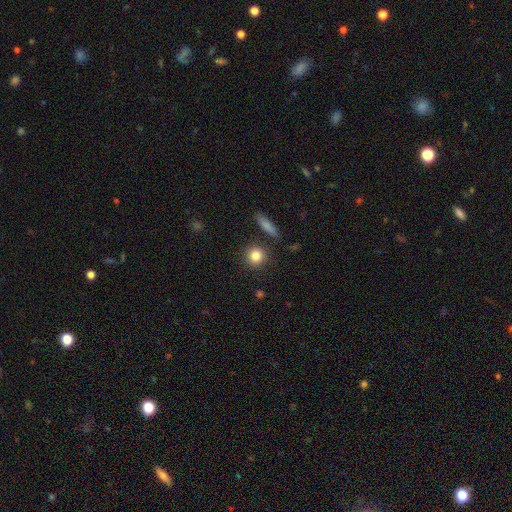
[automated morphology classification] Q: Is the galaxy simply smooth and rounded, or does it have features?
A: smooth — 84%.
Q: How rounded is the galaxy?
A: round — 88%.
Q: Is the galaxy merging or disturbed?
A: none — 86%.